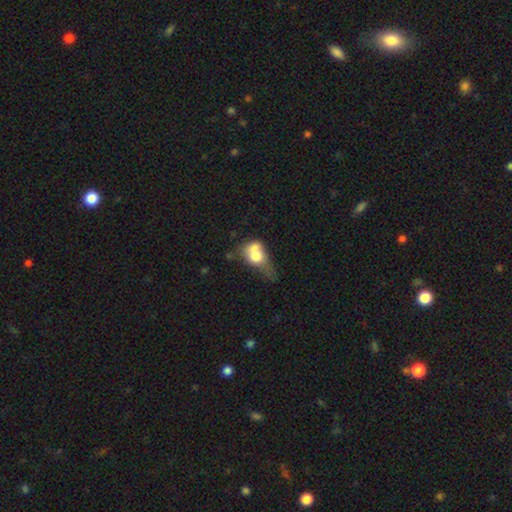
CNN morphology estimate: Smooth or featured?
  - smooth: 65% *
  - featured or disk: 26%
  - star or artifact: 9%
How rounded?
  - in between: 59% *
  - round: 37%
  - cigar-shaped: 4%
Merging?
  - merger: 52% *
  - major disturbance: 20%
  - none: 15%
  - minor disturbance: 14%